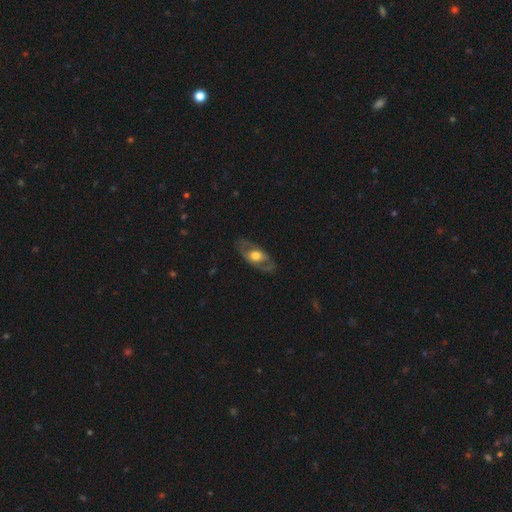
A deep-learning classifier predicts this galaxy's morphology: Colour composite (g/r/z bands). It shows a featured or disk galaxy (62%) with no bar (72%), no spiral arms (58%) and a moderate central bulge (58%). Merging: none (76%).